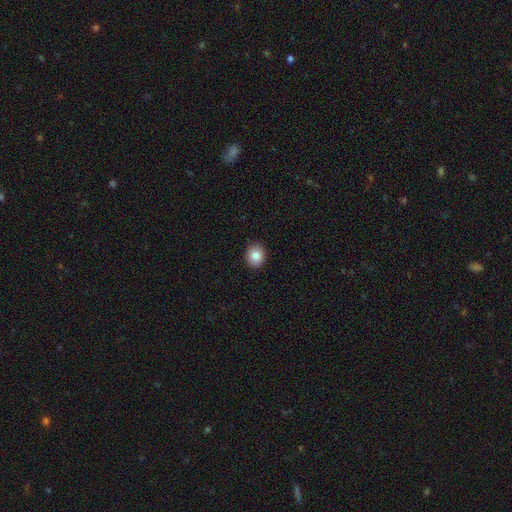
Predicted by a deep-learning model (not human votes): smooth_or_featured: smooth (p=0.84) [alt: star or artifact p=0.09]
how_rounded: round (p=0.69) [alt: in between p=0.31]
merging: none (p=0.91) [alt: minor disturbance p=0.06]